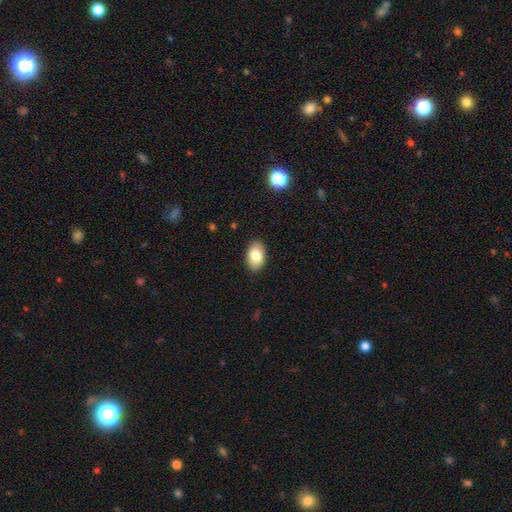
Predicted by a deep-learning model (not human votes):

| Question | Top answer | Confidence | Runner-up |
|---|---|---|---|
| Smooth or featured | smooth | 81% | featured or disk (11%) |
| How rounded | in between | 91% | round (8%) |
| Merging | none | 89% | minor disturbance (8%) |